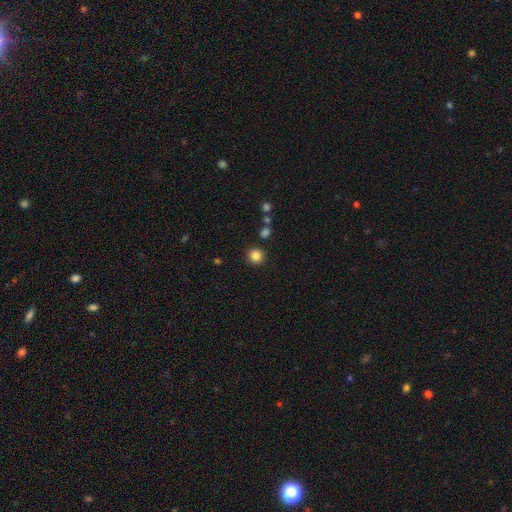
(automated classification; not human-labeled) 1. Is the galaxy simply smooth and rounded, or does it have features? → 84% smooth, 12% star or artifact, 4% featured or disk.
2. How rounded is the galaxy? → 94% round, 5% in between, 1% cigar-shaped.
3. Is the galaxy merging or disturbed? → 90% none, 5% minor disturbance, 2% merger, 2% major disturbance.